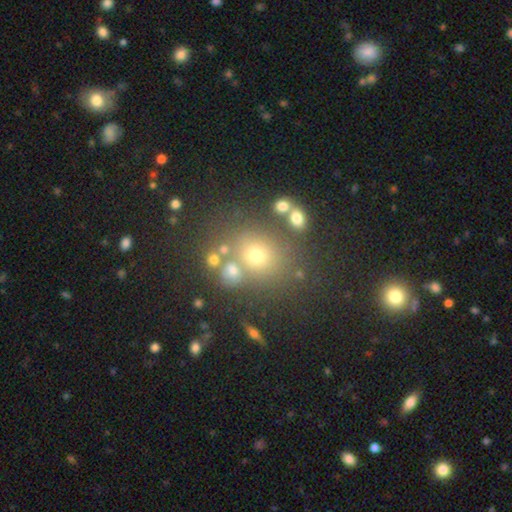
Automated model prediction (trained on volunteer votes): A smooth galaxy with no disk features (65%) that is round (68%). Merging: none (66%).